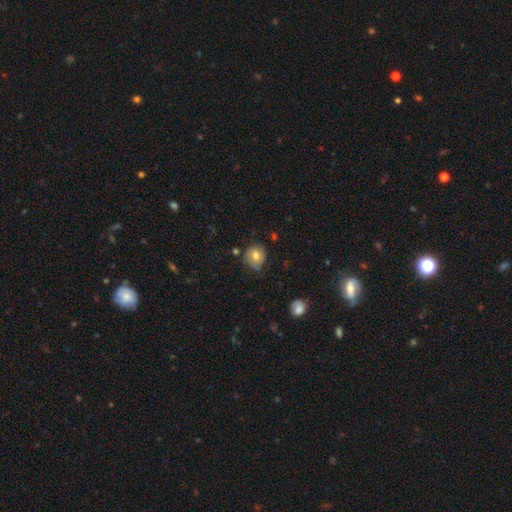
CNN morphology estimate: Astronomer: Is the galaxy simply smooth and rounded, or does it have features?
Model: smooth — 70%.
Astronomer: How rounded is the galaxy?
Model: round — 75%.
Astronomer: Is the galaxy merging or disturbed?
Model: none — 67%.